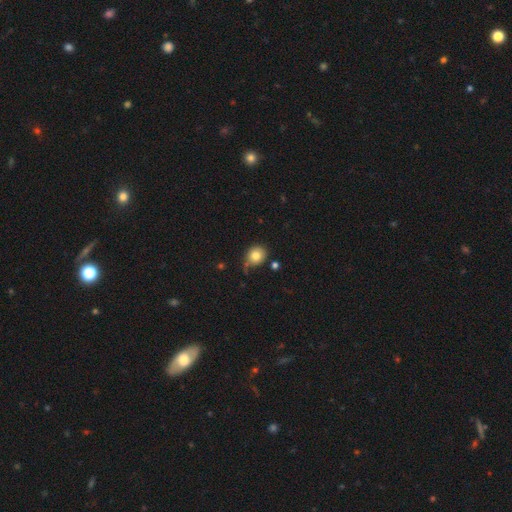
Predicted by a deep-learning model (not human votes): Overall: smooth (80%). How rounded: round (72%). Merging: none (64%).